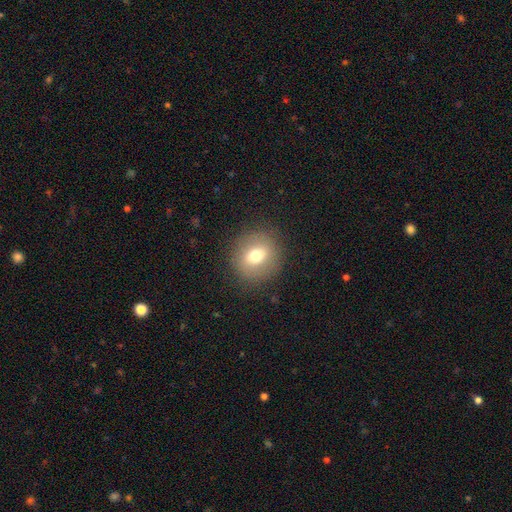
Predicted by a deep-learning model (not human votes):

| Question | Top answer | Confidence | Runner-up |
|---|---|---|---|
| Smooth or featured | smooth | 69% | featured or disk (20%) |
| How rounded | round | 82% | in between (17%) |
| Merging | none | 87% | minor disturbance (9%) |